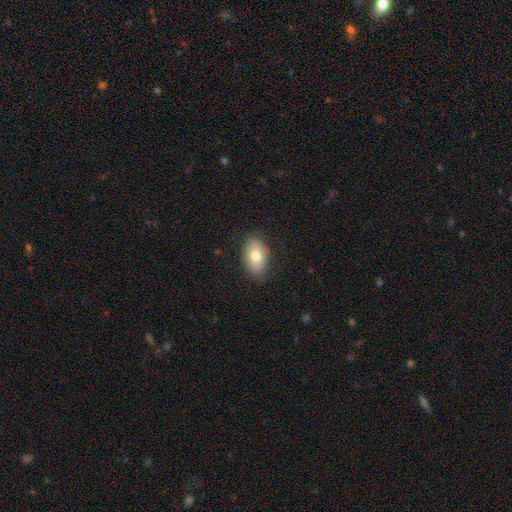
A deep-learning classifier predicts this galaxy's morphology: A smooth galaxy with no disk features (75%) that is in between round and cigar-shaped (90%). Merging: none (81%).